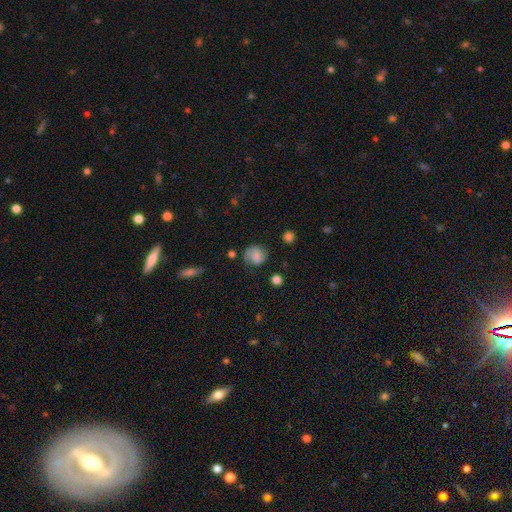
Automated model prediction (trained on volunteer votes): smooth 58%, featured or disk 32%, star or artifact 10%. Down the decision tree: how rounded — round (74%); merging — none (61%).